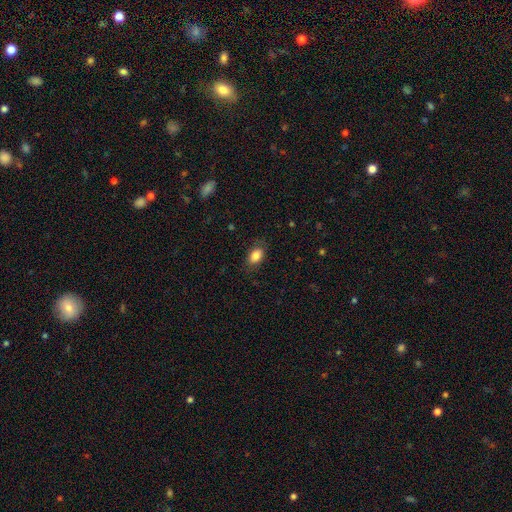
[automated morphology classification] smooth_or_featured: smooth (p=0.85) [alt: star or artifact p=0.08]
how_rounded: in between (p=0.87) [alt: round p=0.12]
merging: none (p=0.80) [alt: minor disturbance p=0.14]